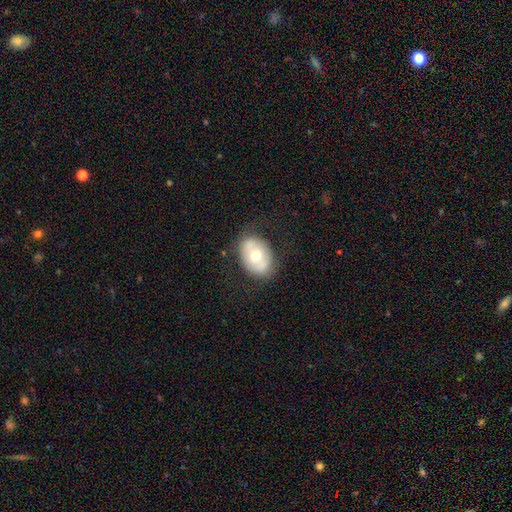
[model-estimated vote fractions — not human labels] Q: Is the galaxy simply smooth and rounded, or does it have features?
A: smooth — 56%.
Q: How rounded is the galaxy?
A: in between — 71%.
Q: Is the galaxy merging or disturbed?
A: none — 76%.